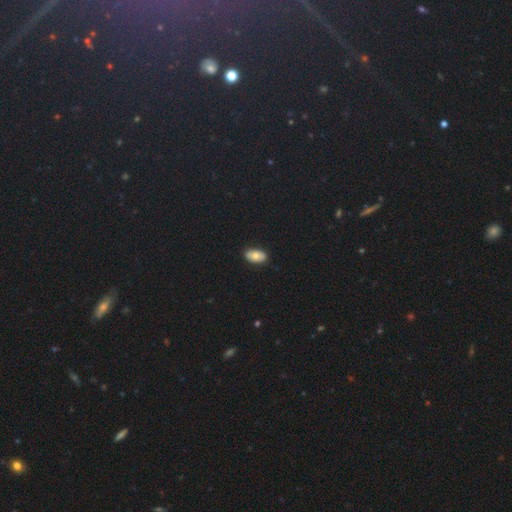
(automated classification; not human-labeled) Q: Smooth or featured?
A: smooth (74%); runner-up: featured or disk (16%)
Q: How rounded?
A: in between (92%); runner-up: round (5%)
Q: Merging?
A: none (86%); runner-up: minor disturbance (10%)